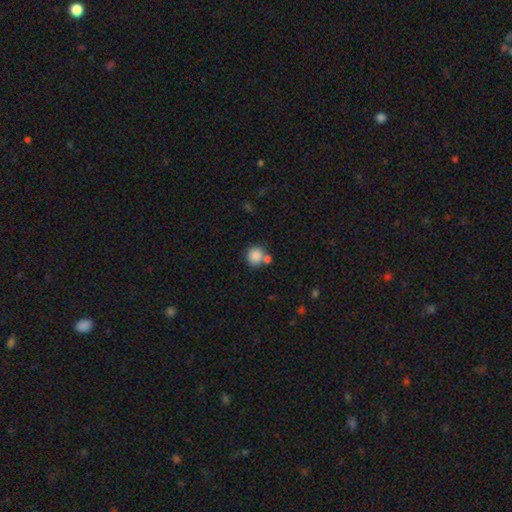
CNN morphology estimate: A smooth galaxy with no disk features (85%) that is round (90%). Merging: none (56%).